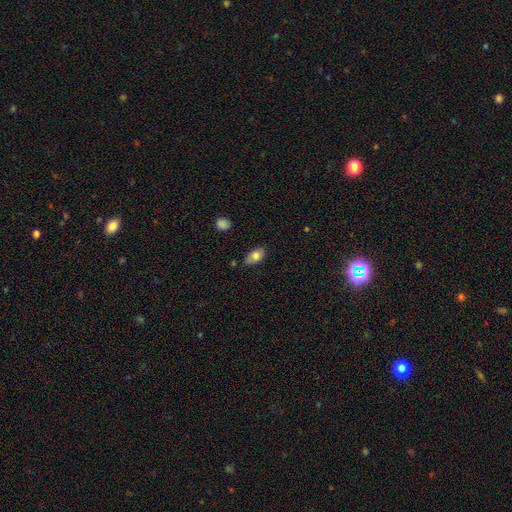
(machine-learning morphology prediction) This is likely a smooth galaxy (78%). How rounded: clearly in between (90%). Merging: likely none (76%).